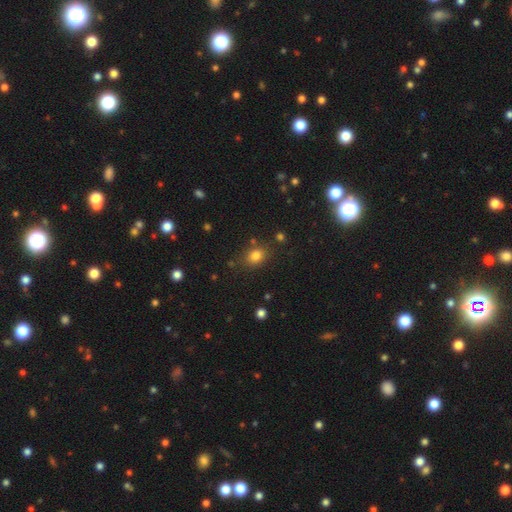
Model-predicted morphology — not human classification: This appears to be a smooth galaxy with no disk features (79%) that is in between round and cigar-shaped (52%). Merging: none (79%).